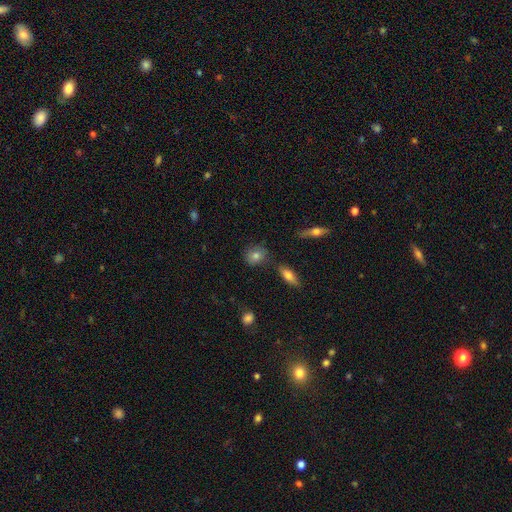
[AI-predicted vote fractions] A smooth galaxy with no disk features (79%) that is round (68%).

Vote fractions:
- Smooth or featured? smooth: 79% / featured or disk: 12% / star or artifact: 9%
- How rounded? round: 68% / in between: 29% / cigar-shaped: 3%
- Merging? none: 77% / minor disturbance: 14% / merger: 6% / major disturbance: 3%